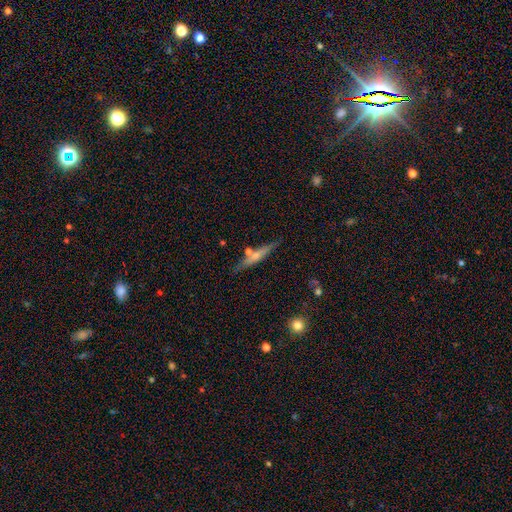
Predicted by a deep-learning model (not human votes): Smooth or featured?
  - featured or disk: 53% *
  - smooth: 39%
  - star or artifact: 8%
Edge-on disk?
  - yes: 94% *
  - no: 6%
Merging?
  - none: 80% *
  - minor disturbance: 10%
  - merger: 7%
  - major disturbance: 2%